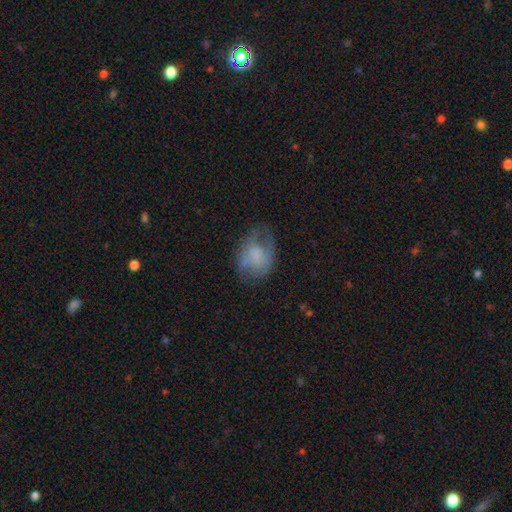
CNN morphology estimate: This appears to be a smooth galaxy with no disk features (49%). Merging: none (48%).